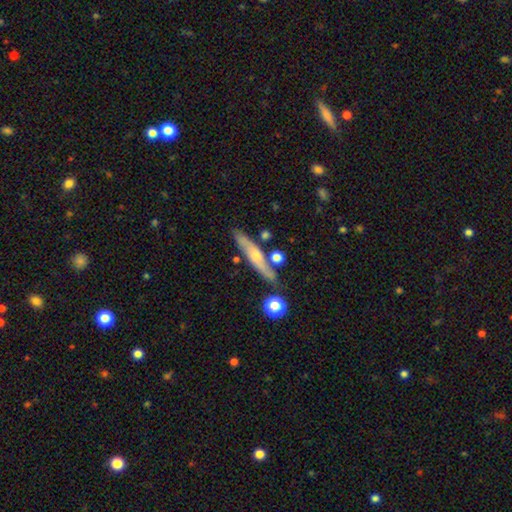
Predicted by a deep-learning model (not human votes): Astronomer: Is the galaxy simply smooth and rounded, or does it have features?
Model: featured or disk — 52% (runner-up: smooth, 41%).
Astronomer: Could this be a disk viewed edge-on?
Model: yes — 82%.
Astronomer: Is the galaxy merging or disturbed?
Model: none — 75%.